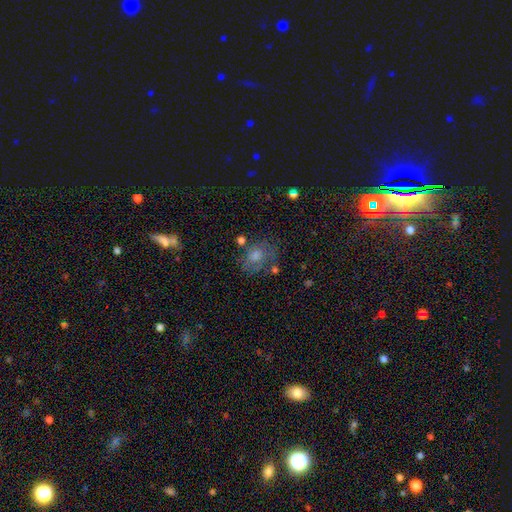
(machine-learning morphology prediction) Q: Smooth or featured?
A: smooth (46%); runner-up: featured or disk (30%)
Q: Merging?
A: none (67%); runner-up: minor disturbance (19%)